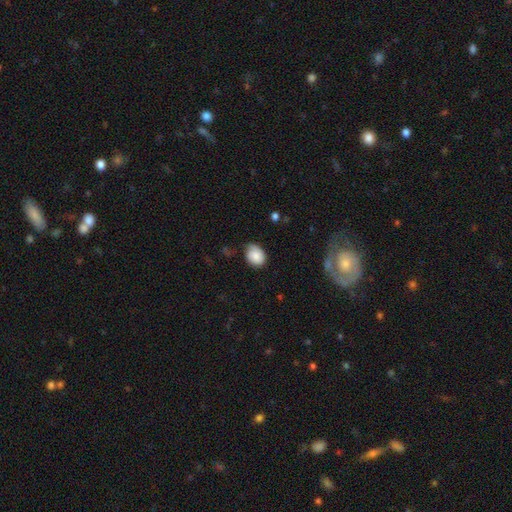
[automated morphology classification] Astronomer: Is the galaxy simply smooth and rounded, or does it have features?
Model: smooth — 77%.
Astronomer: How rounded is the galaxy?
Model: in between — 61% (runner-up: round, 38%).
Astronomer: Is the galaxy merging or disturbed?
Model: none — 56% (runner-up: minor disturbance, 34%).